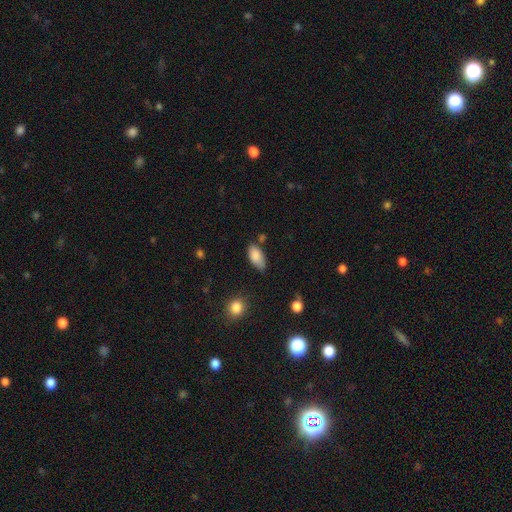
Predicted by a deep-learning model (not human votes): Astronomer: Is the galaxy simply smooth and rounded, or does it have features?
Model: smooth — 85%.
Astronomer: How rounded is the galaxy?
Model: in between — 92%.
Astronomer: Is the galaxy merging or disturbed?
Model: none — 62%.